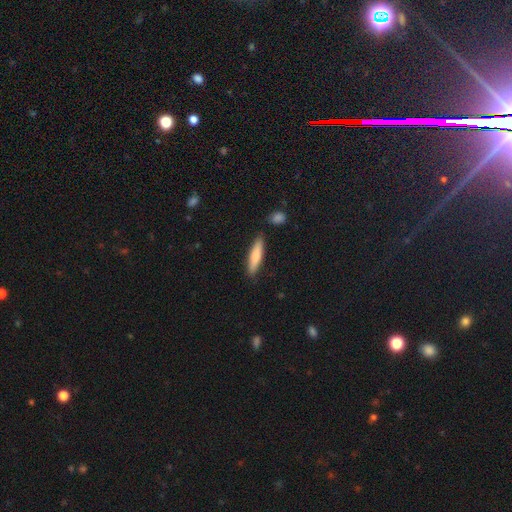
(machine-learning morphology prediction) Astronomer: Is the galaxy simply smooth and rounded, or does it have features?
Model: smooth — 78%.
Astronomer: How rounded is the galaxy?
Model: cigar-shaped — 79%.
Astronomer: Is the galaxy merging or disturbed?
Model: none — 84%.